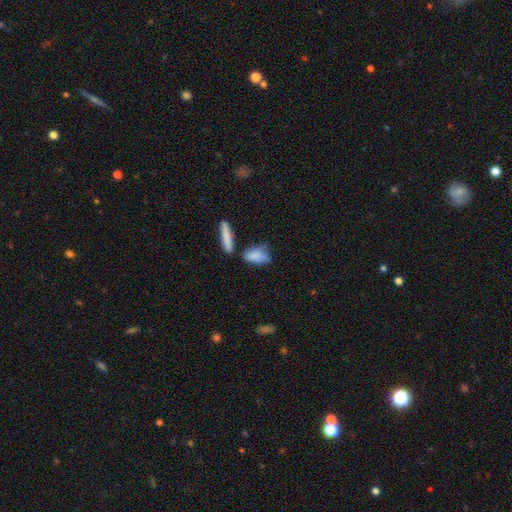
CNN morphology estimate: This appears to be a smooth galaxy with no disk features (80%) that is in between round and cigar-shaped (76%). Merging: none (45%).